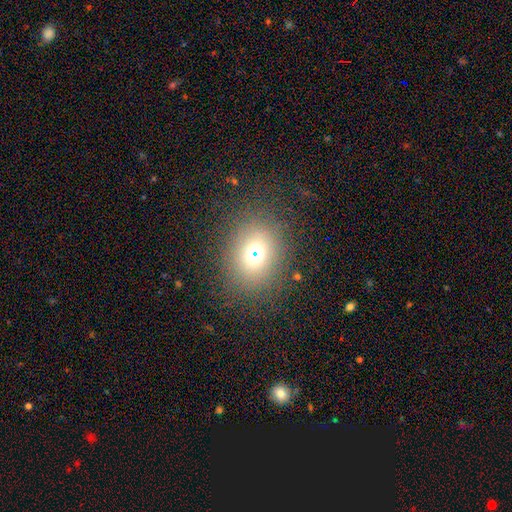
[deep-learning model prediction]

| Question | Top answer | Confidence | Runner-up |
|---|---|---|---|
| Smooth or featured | smooth | 64% | star or artifact (22%) |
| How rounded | round | 60% | in between (39%) |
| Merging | none | 78% | minor disturbance (10%) |